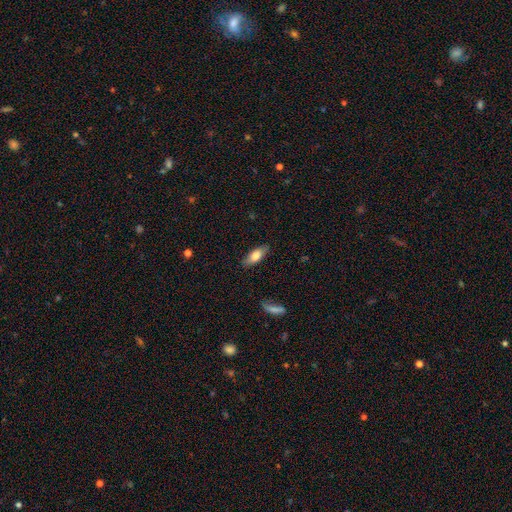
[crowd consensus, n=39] Overall: smooth (74%). How rounded: in between (62%; cigar-shaped 34%). Merging: none (69%).